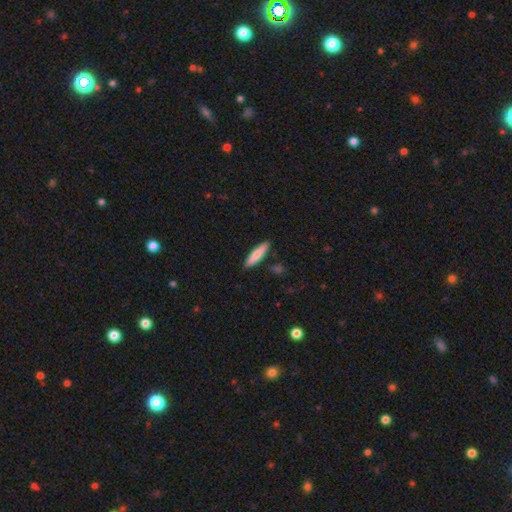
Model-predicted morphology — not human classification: smooth 81%, featured or disk 14%, star or artifact 6%. Down the decision tree: how rounded — cigar-shaped (80%); merging — none (87%).